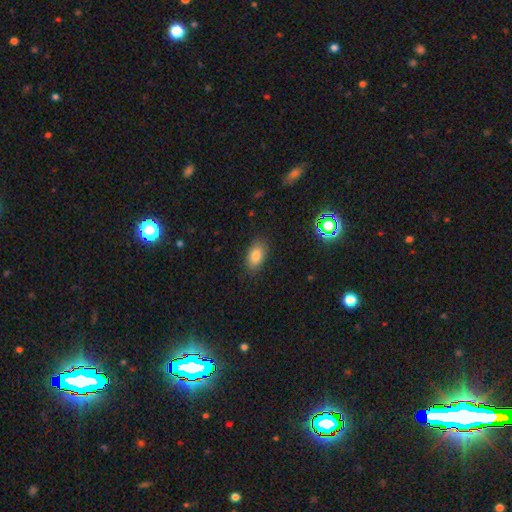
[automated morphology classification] A smooth galaxy with no disk features (82%) that is in between round and cigar-shaped (90%).

Vote fractions:
- Smooth or featured? smooth: 82% / star or artifact: 10% / featured or disk: 9%
- How rounded? in between: 90% / round: 8% / cigar-shaped: 2%
- Merging? none: 85% / minor disturbance: 11% / major disturbance: 3% / merger: 1%